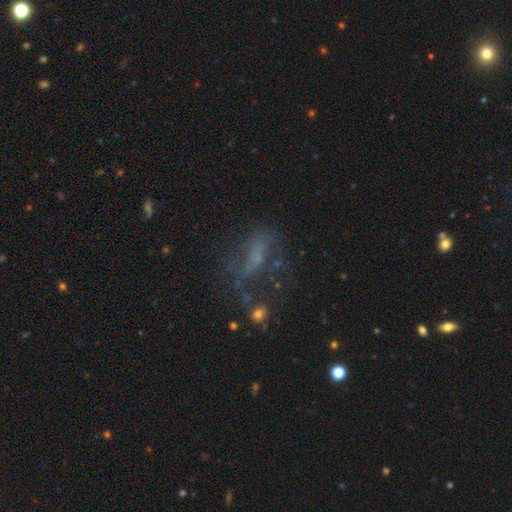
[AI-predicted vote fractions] smooth-or-featured: smooth: 38% | featured or disk: 36% | star or artifact: 26%
  merging: none: 41% | major disturbance: 31% | minor disturbance: 20% | merger: 7%